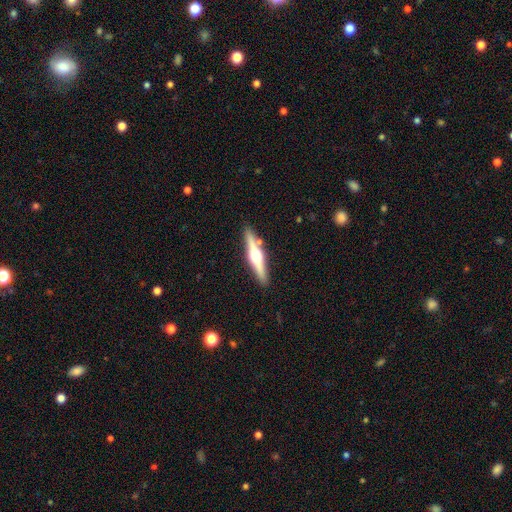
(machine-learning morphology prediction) Smooth or featured? Predicted: featured or disk (p=0.70). Edge-on disk? Predicted: yes (p=0.97). Edge-on bulge? Predicted: rounded (p=0.95). Merging? Predicted: none (p=0.87).